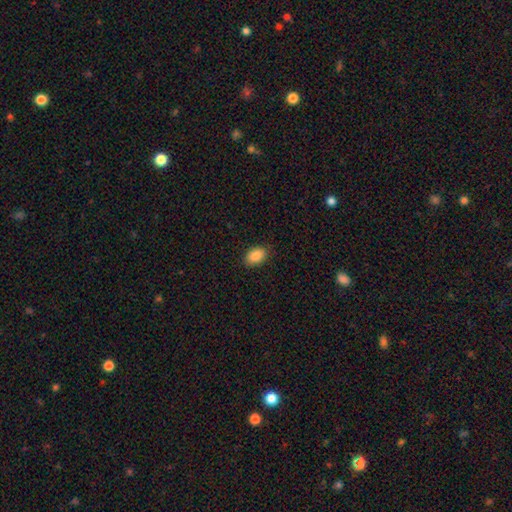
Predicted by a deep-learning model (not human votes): The model was most divided on "merging": none: 88%, minor disturbance: 9%, major disturbance: 2%, merger: 1%. More confident: how rounded — in between (88%); smooth or featured — smooth (87%).